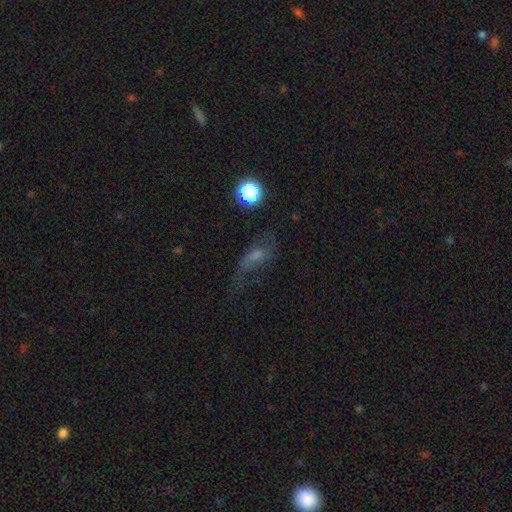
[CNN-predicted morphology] Smooth or featured?
  - featured or disk: 44% *
  - smooth: 35%
  - star or artifact: 21%
Merging?
  - none: 37% * (tied)
  - major disturbance: 37% * (tied)
  - minor disturbance: 21%
  - merger: 4%